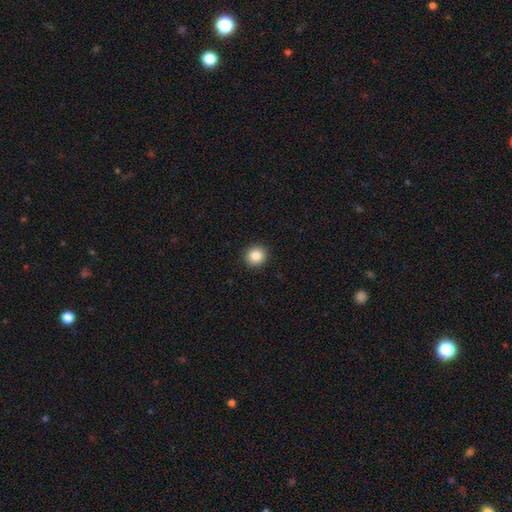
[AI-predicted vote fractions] Overall: smooth (85%). How rounded: round (91%). Merging: none (93%).